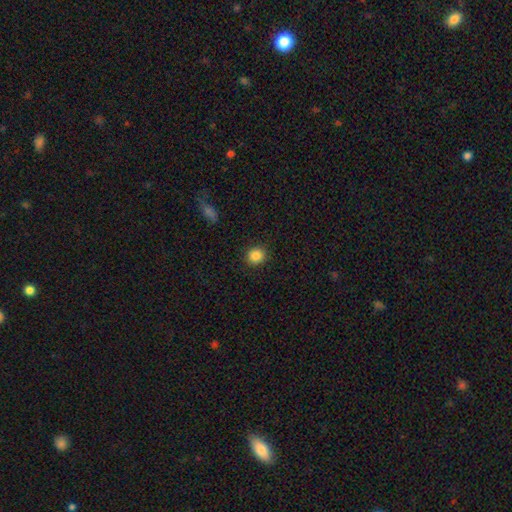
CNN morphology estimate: type=smooth (86%); roundness=round (89%); merging=none (91%).